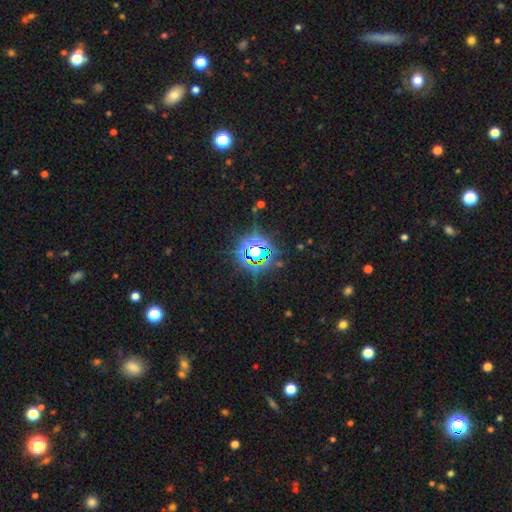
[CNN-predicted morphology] Overall: star or artifact (73%).